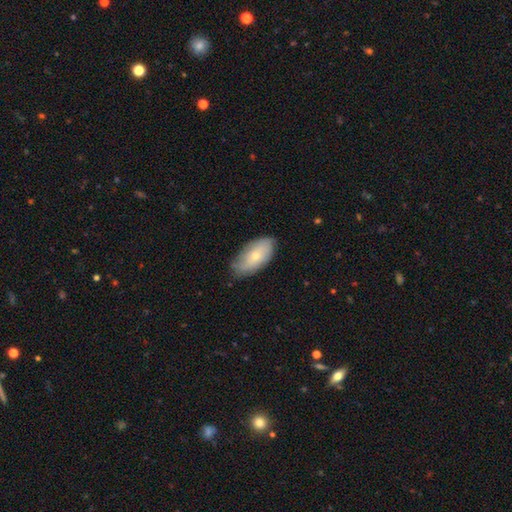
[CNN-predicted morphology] The model was most divided on "smooth or featured": smooth: 59%, featured or disk: 35%, star or artifact: 7%. More confident: how rounded — in between (92%); merging — none (71%).